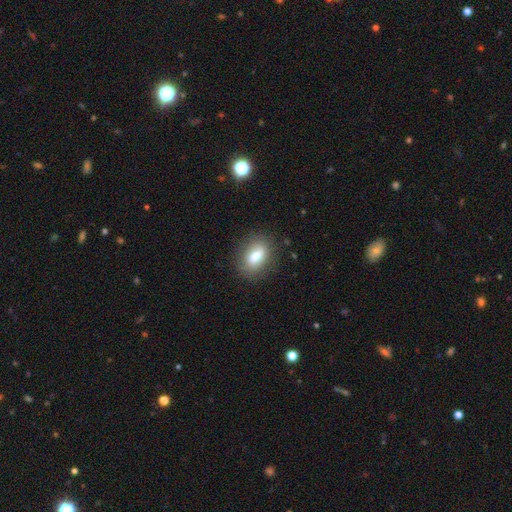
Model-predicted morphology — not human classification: A smooth galaxy with no disk features (69%) that is in between round and cigar-shaped (75%).

Vote fractions:
- Smooth or featured? smooth: 69% / featured or disk: 22% / star or artifact: 9%
- How rounded? in between: 75% / round: 19% / cigar-shaped: 6%
- Merging? none: 82% / minor disturbance: 12% / major disturbance: 4% / merger: 2%